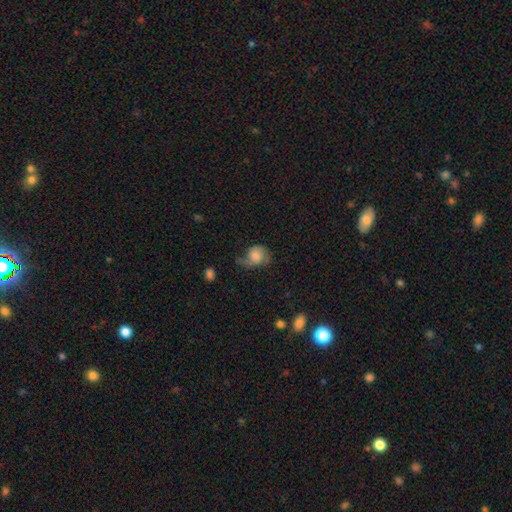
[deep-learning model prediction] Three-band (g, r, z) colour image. It shows a smooth galaxy with no disk features (47%). Merging: none (36%).